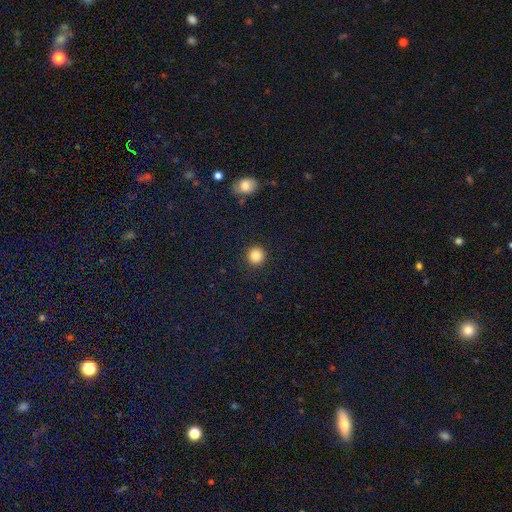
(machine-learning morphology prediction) Overall: smooth (86%). How rounded: round (93%). Merging: none (91%).